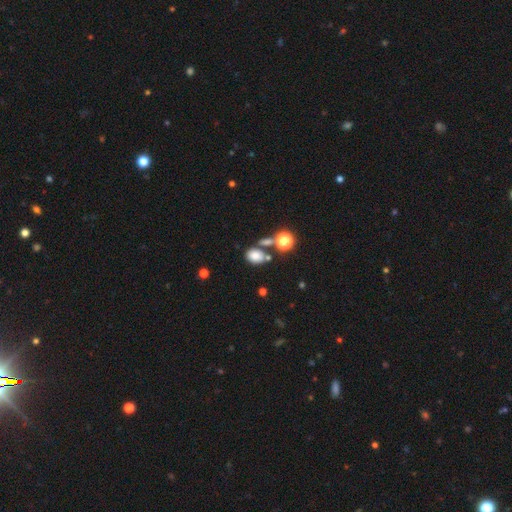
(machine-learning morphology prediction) A smooth galaxy with no disk features (77%) that is in between round and cigar-shaped (65%). Merging: none (57%).